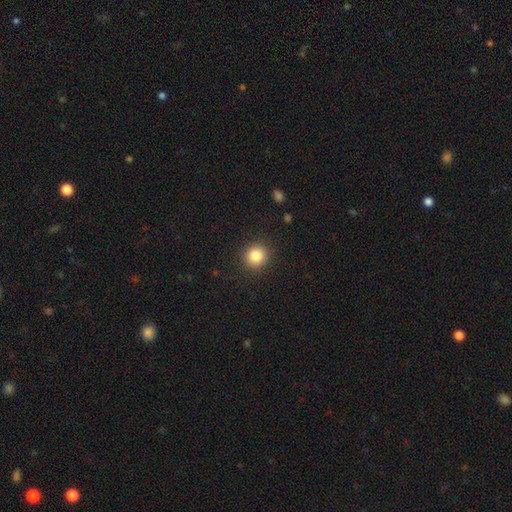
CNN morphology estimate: A smooth galaxy with no disk features (84%) that is round (90%).

Vote fractions:
- Smooth or featured? smooth: 84% / star or artifact: 11% / featured or disk: 6%
- How rounded? round: 90% / in between: 9% / cigar-shaped: 1%
- Merging? none: 90% / minor disturbance: 7% / major disturbance: 2% / merger: 1%